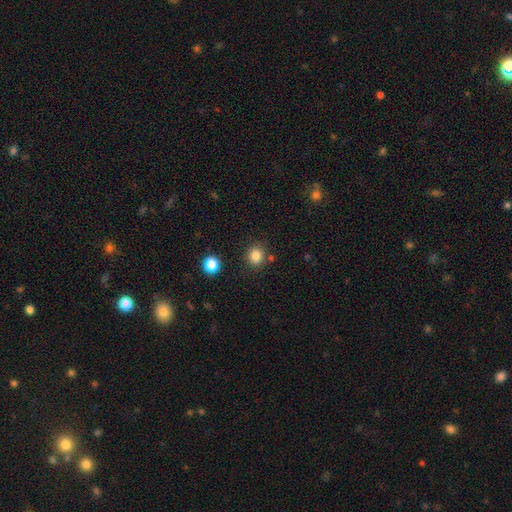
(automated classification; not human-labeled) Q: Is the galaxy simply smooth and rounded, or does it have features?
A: smooth — 84%.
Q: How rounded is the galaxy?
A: round — 83%.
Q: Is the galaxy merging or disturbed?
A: none — 82%.